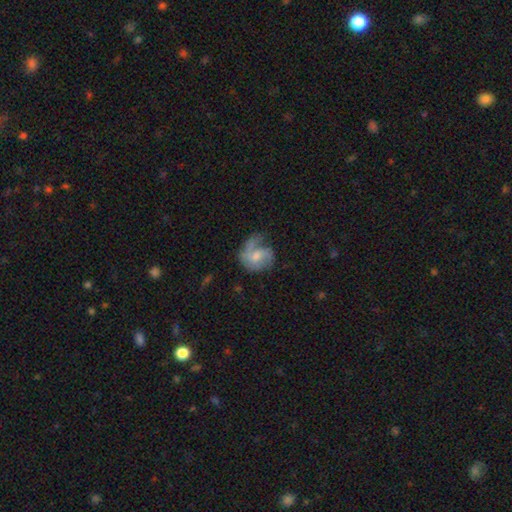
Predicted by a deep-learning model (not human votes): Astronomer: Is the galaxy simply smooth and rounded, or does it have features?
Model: featured or disk — 60%.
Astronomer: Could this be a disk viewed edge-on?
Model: no — 98%.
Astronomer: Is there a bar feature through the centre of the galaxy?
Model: no — 62%.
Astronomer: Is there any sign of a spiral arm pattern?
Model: yes — 83%.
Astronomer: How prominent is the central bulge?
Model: moderate — 44% (runner-up: small, 41%).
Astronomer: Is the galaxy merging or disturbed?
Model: none — 41% (runner-up: major disturbance, 29%).